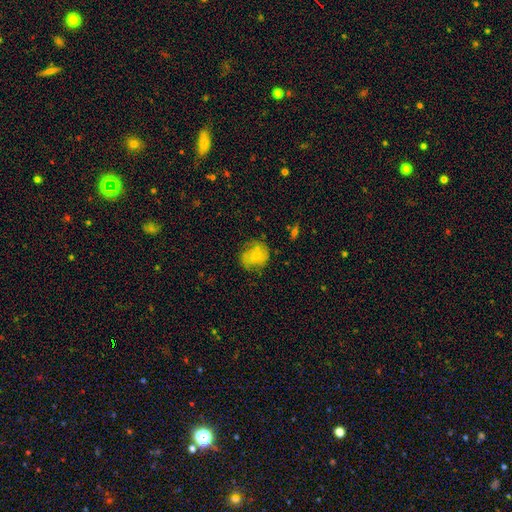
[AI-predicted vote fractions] Q: Smooth or featured?
A: smooth (58%); runner-up: featured or disk (33%)
Q: How rounded?
A: round (74%); runner-up: in between (25%)
Q: Merging?
A: none (64%); runner-up: minor disturbance (24%)